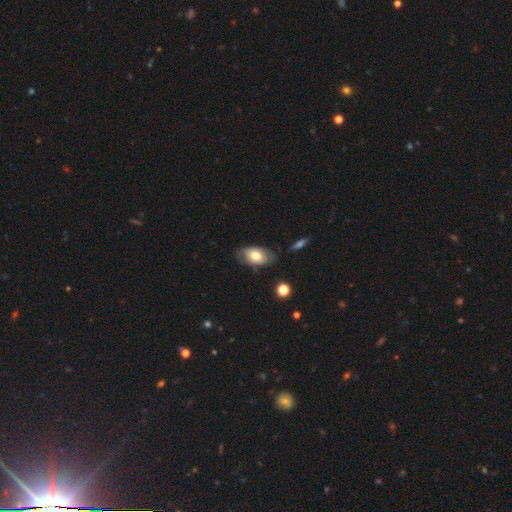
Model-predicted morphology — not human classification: Q: Smooth or featured?
A: smooth (67%); runner-up: featured or disk (26%)
Q: How rounded?
A: in between (91%); runner-up: round (7%)
Q: Merging?
A: none (71%); runner-up: minor disturbance (21%)